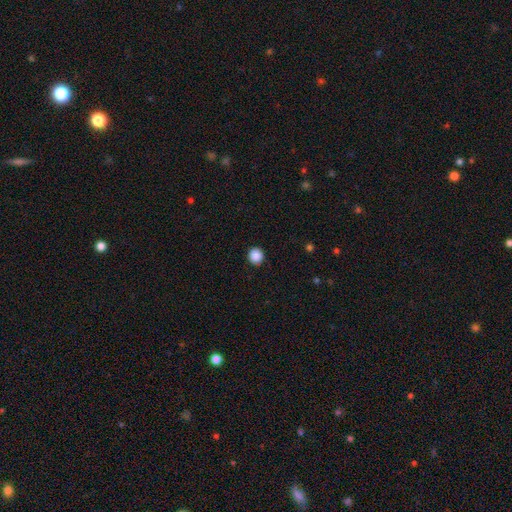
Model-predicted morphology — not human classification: smooth 89%, star or artifact 9%, featured or disk 2%. Down the decision tree: how rounded — round (91%); merging — none (91%).